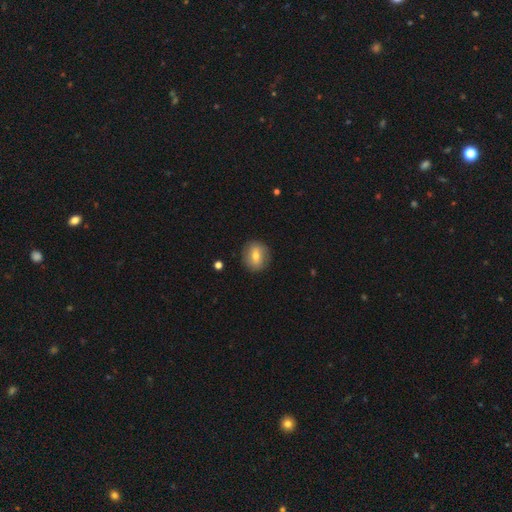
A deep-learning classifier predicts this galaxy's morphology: A smooth galaxy with no disk features (65%) that is round (75%).

Vote fractions:
- Smooth or featured? smooth: 65% / featured or disk: 26% / star or artifact: 9%
- How rounded? round: 75% / in between: 24% / cigar-shaped: 1%
- Merging? none: 87% / minor disturbance: 9% / major disturbance: 3% / merger: 1%